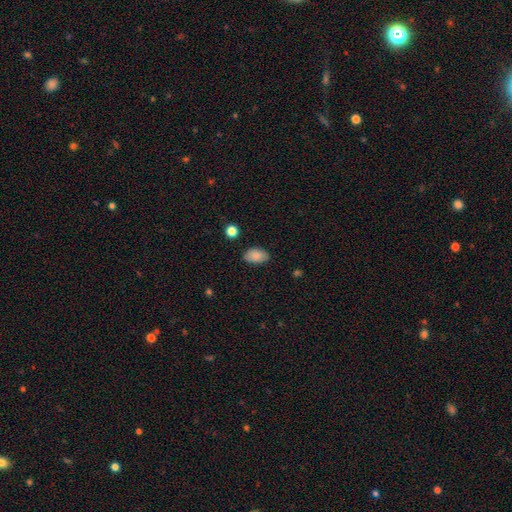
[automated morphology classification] Overall: smooth (86%). How rounded: in between (93%). Merging: none (85%).